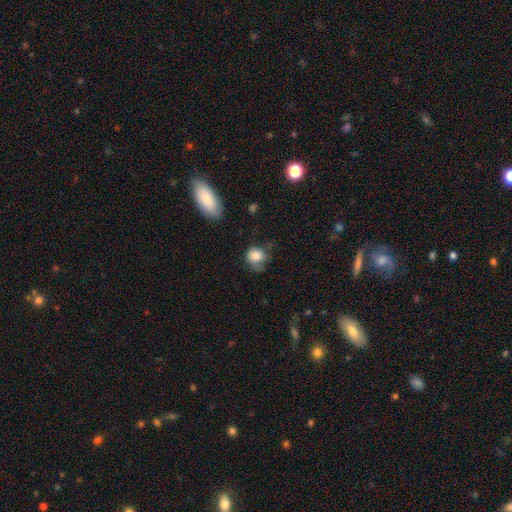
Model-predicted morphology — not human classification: smooth_or_featured: smooth (p=0.82) [alt: star or artifact p=0.10]
how_rounded: round (p=0.74) [alt: in between p=0.25]
merging: none (p=0.49) [alt: minor disturbance p=0.33]